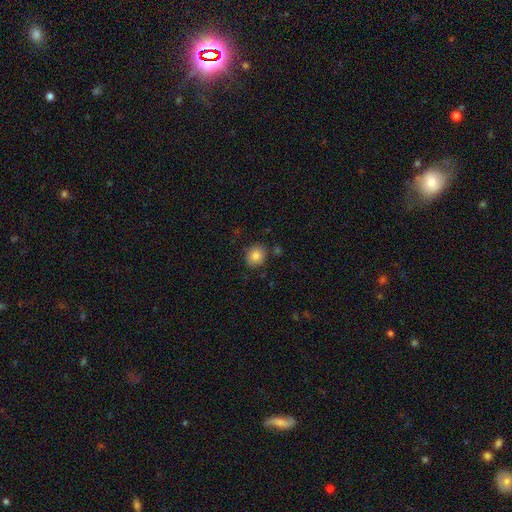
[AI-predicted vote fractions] Morphology: type=smooth (84%); roundness=round (71%); merging=none (84%).